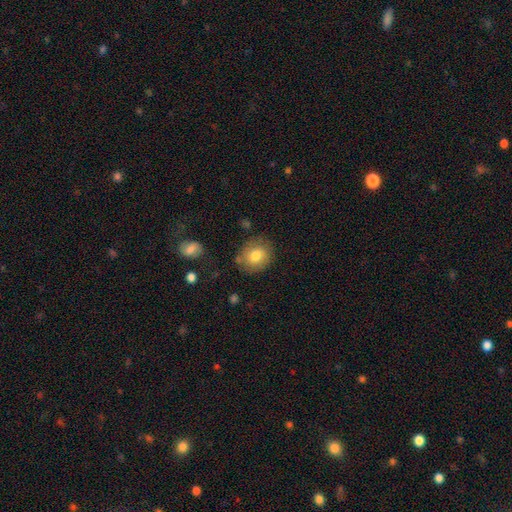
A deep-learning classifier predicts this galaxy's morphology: smooth 78%, featured or disk 13%, star or artifact 9%. Down the decision tree: how rounded — round (76%); merging — none (78%).